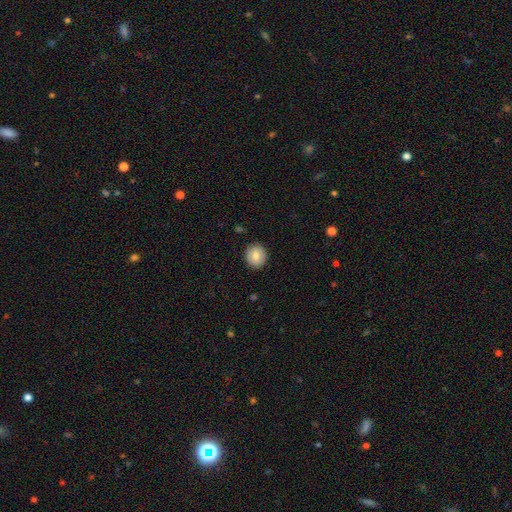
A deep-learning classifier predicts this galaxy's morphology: Smooth or featured: smooth — 82% (featured or disk — 10%)
How rounded: round — 83% (in between — 16%)
Merging: none — 90% (minor disturbance — 7%)